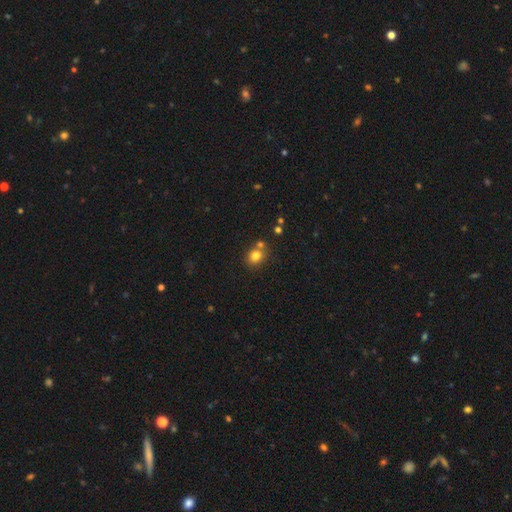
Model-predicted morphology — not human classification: Overall: smooth (80%). How rounded: round (71%). Merging: none (64%).